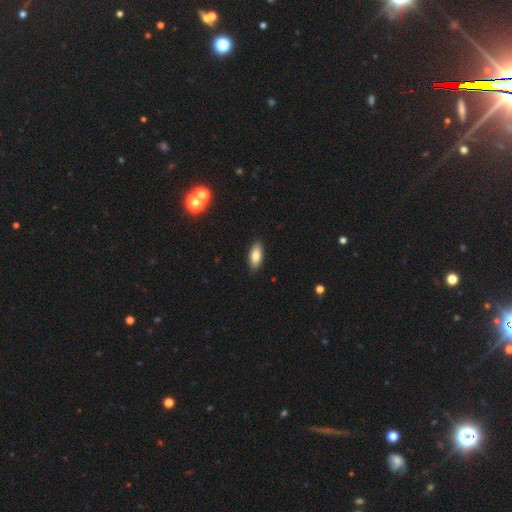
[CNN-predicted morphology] This appears to be a smooth galaxy with no disk features (83%) that is in between round and cigar-shaped (85%). Merging: none (88%).